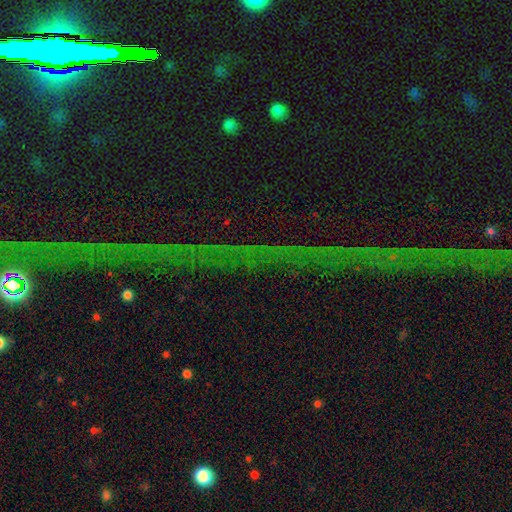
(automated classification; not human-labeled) Morphology: type=star or artifact (79%).